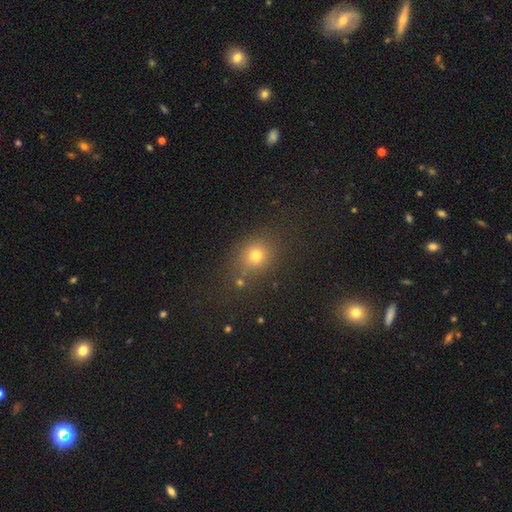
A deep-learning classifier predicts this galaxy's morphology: Q: Smooth or featured?
A: smooth (74%); runner-up: star or artifact (18%)
Q: How rounded?
A: round (69%); runner-up: in between (29%)
Q: Merging?
A: none (73%); runner-up: minor disturbance (13%)